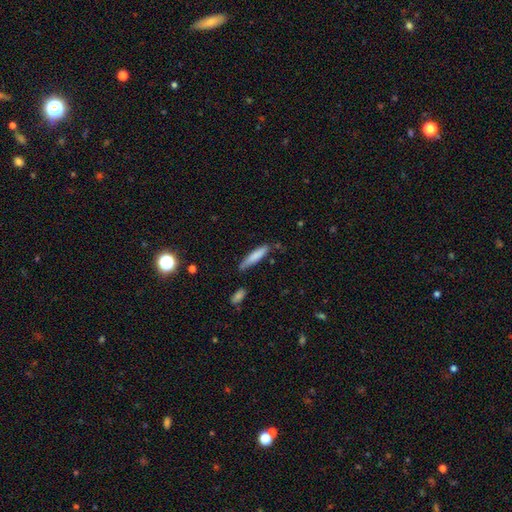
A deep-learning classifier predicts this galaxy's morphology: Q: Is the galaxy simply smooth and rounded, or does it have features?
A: smooth — 79%.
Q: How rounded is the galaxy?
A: cigar-shaped — 85%.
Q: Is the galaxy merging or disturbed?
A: none — 71%.